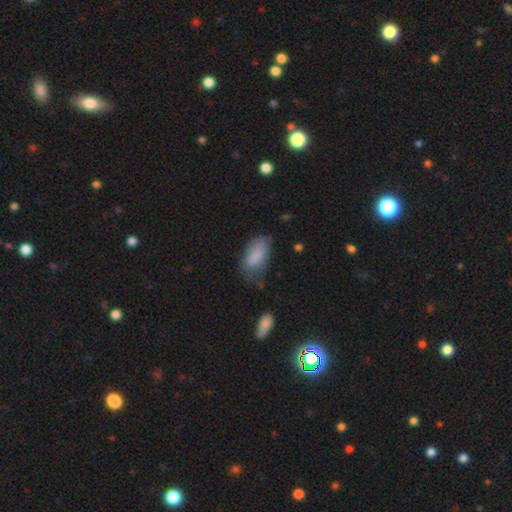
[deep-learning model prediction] The model was most divided on "merging": none: 48%, minor disturbance: 35%, major disturbance: 14%, merger: 3%. More confident: how rounded — in between (91%); smooth or featured — smooth (80%).